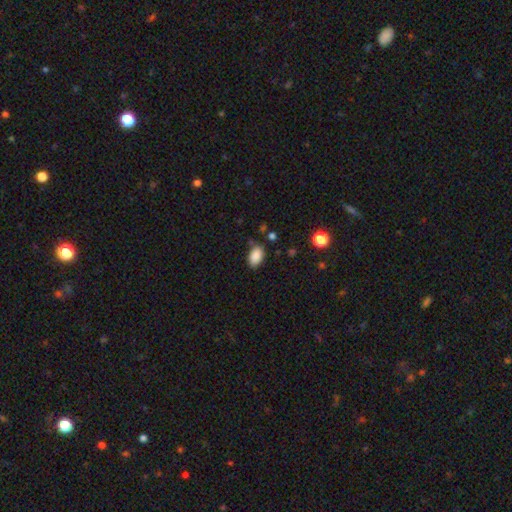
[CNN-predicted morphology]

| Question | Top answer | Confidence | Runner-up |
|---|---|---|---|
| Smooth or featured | smooth | 88% | star or artifact (8%) |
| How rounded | in between | 90% | round (8%) |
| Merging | none | 79% | minor disturbance (15%) |